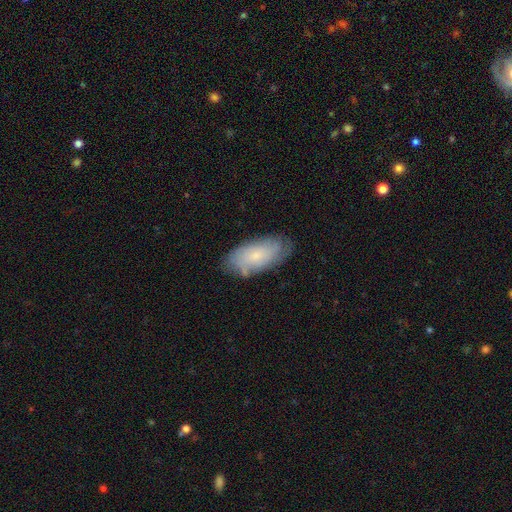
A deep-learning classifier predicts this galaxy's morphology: This is possibly a smooth galaxy (54%). How rounded: clearly in between (91%). Merging: likely none (73%).